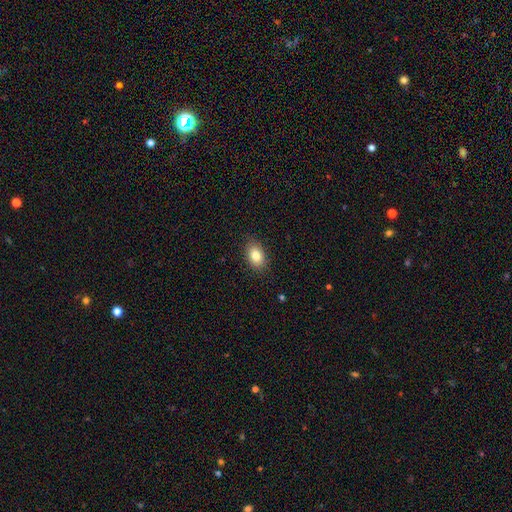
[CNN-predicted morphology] This appears to be a smooth galaxy with no disk features (82%) that is in between round and cigar-shaped (83%). Merging: none (86%).